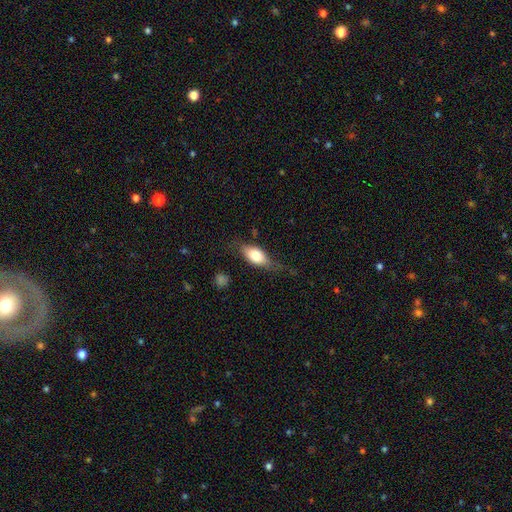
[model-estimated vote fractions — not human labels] Morphology: type=smooth (66%); roundness=in between (82%); merging=none (59%).